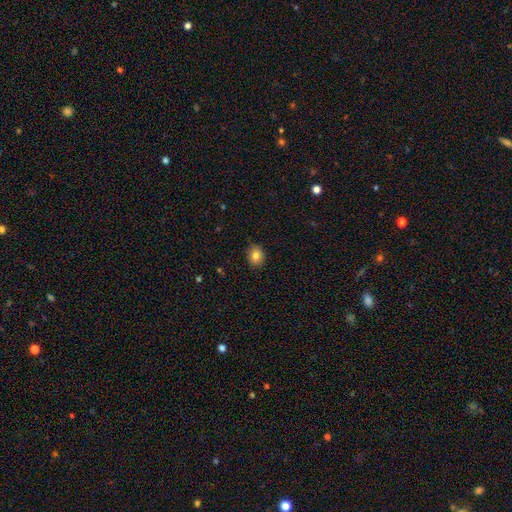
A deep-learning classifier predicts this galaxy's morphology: Overall: smooth (83%). How rounded: round (62%; in between 37%). Merging: none (86%).